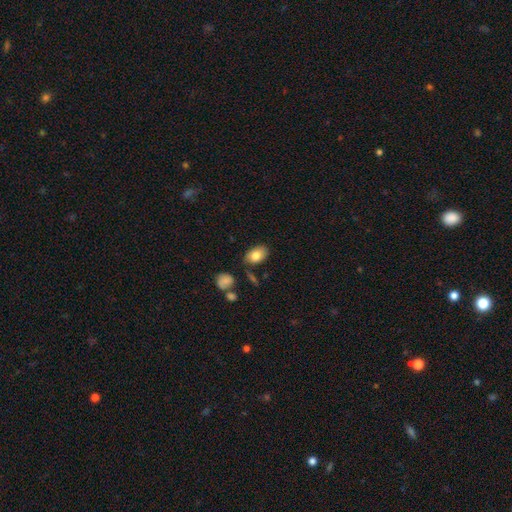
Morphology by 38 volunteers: Smooth or featured: smooth — 87% (featured or disk — 13%)
How rounded: in between — 91% (round — 9%)
Merging: none — 84% (minor disturbance — 11%)